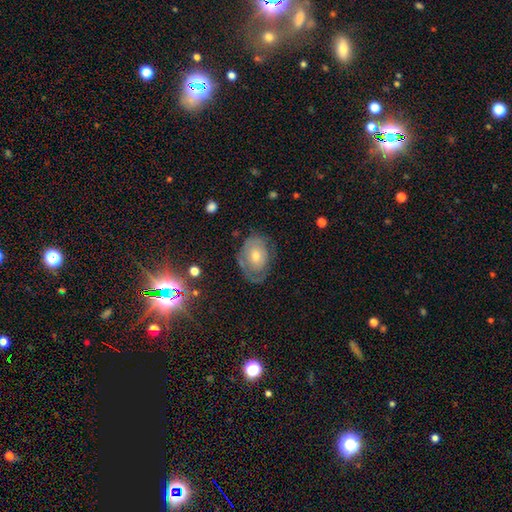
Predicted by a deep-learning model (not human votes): Overall: featured or disk (57%; smooth 35%). Edge-on disk: no (95%). Bar: no (81%). Spiral arms: yes (60%; no 40%). Bulge size: moderate (57%; small 35%). Merging: none (61%; minor disturbance 24%).